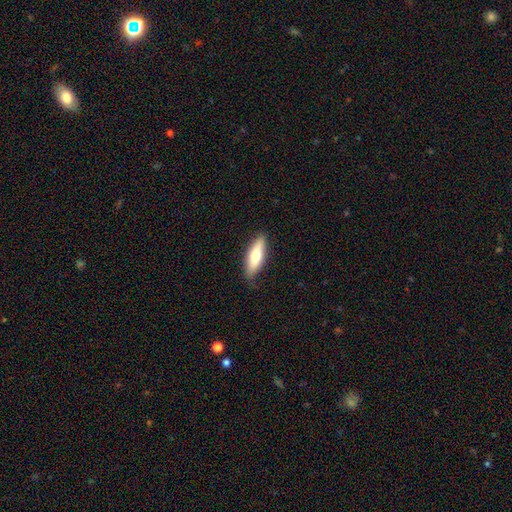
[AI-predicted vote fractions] The model was most divided on "how rounded": cigar-shaped: 55%, in between: 44%, round: 2%. More confident: merging — none (82%); smooth or featured — smooth (68%).